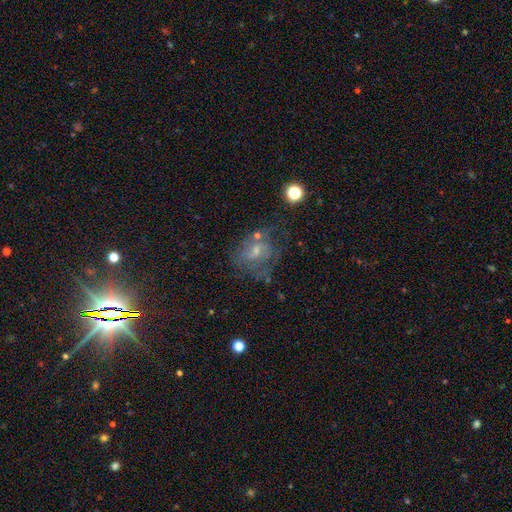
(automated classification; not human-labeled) The model was most divided on "smooth or featured": star or artifact: 40%, featured or disk: 37%, smooth: 22%.